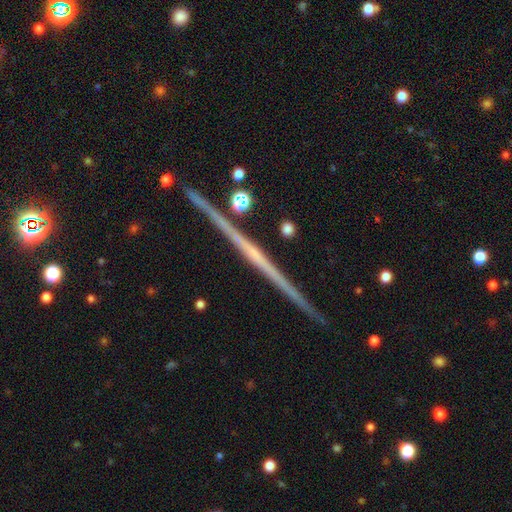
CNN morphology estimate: The model was most divided on "edge-on bulge": none: 65%, rounded: 27%, boxy: 8%. More confident: edge-on disk — yes (98%); merging — none (91%); smooth or featured — featured or disk (82%).